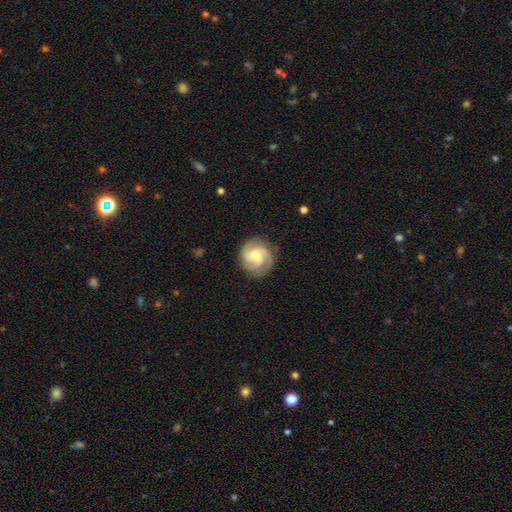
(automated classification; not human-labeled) This is clearly a featured or disk galaxy (80%). It is clearly not viewed edge-on (98%). Bar: possibly no (51%). Spiral arm pattern: clearly yes (97%). Spiral arm count: possibly 3 (51%). Spiral winding: possibly tight (49%). Central bulge: possibly small (52%). Merging: clearly none (83%).